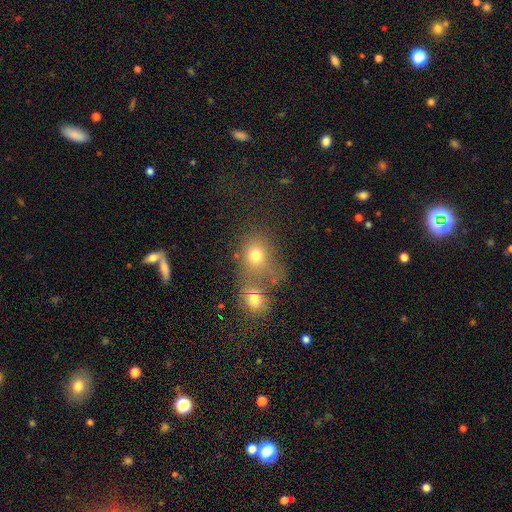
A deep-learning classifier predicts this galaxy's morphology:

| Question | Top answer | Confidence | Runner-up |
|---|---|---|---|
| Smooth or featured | smooth | 70% | star or artifact (16%) |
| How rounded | round | 63% | in between (36%) |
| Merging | merger | 52% | none (31%) |